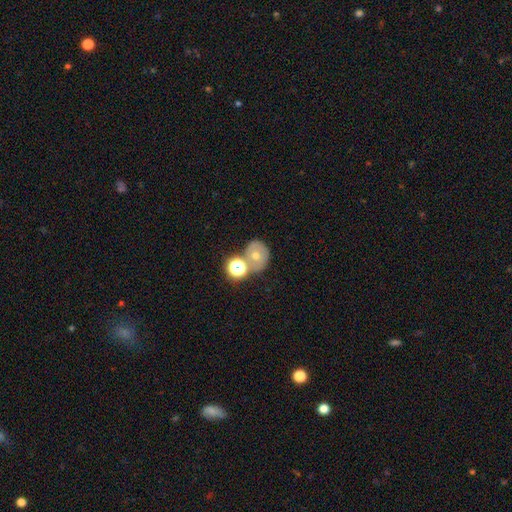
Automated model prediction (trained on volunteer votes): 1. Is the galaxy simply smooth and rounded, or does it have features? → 50% smooth, 31% featured or disk, 19% star or artifact.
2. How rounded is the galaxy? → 67% round, 32% in between, 1% cigar-shaped.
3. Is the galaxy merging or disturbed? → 53% none, 30% merger, 11% minor disturbance, 5% major disturbance.